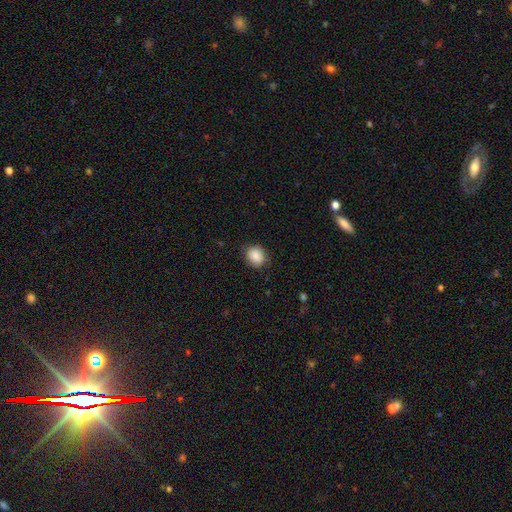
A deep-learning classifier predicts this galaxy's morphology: smooth 87%, star or artifact 8%, featured or disk 4%. Down the decision tree: how rounded — round (60%); merging — none (84%).